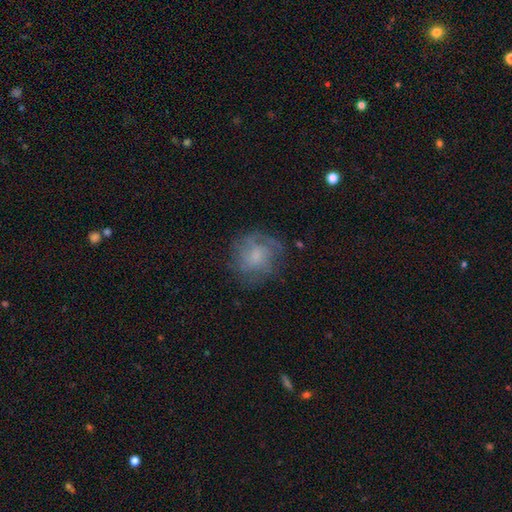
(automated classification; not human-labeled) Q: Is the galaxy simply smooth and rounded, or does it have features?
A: featured or disk — 47%.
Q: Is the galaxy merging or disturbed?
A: none — 64%.